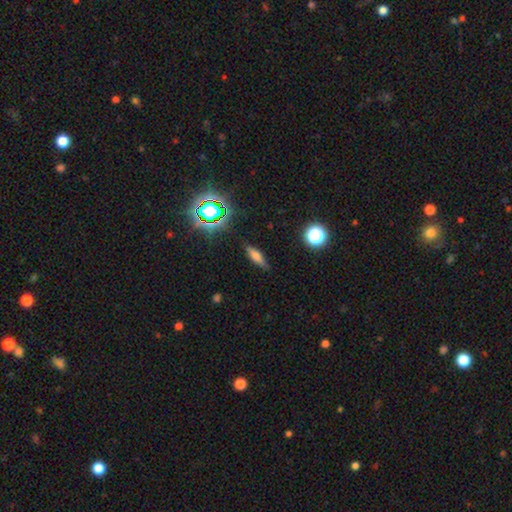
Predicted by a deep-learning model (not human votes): Smooth or featured? smooth (58%)
How rounded? cigar-shaped (55%)
Merging? none (83%)